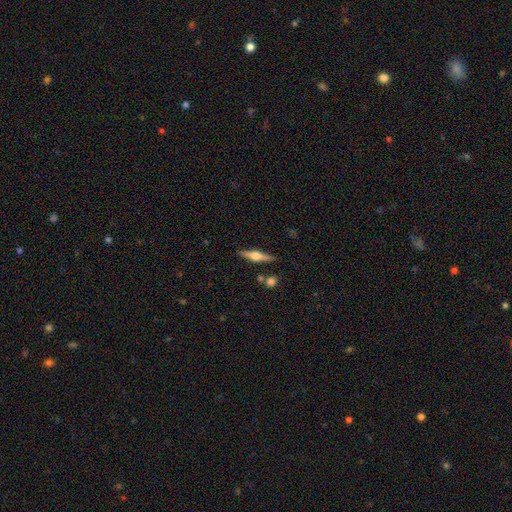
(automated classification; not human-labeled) Morphology: type=featured or disk (69%); edge-on=yes (97%); edge-on bulge=rounded (93%); merging=none (86%).